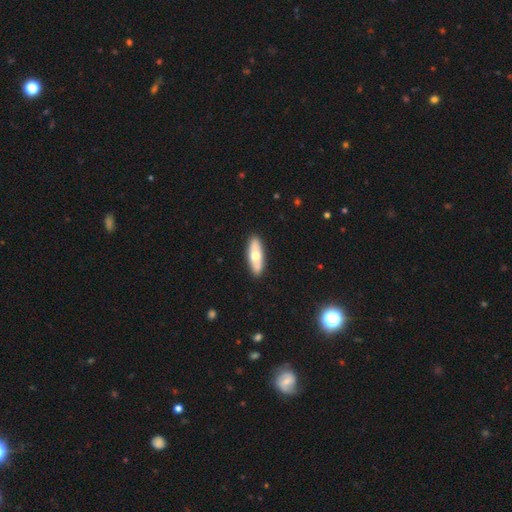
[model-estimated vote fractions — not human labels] A smooth galaxy with no disk features (57%) that is in between round and cigar-shaped (60%). Merging: none (90%).